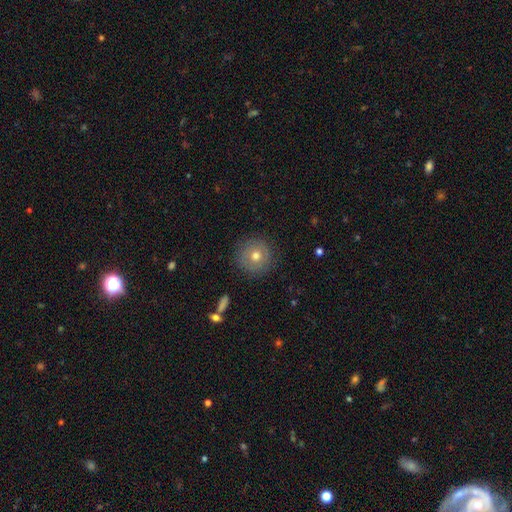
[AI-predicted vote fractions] Overall: smooth (64%; featured or disk 25%). How rounded: round (95%). Merging: none (87%).